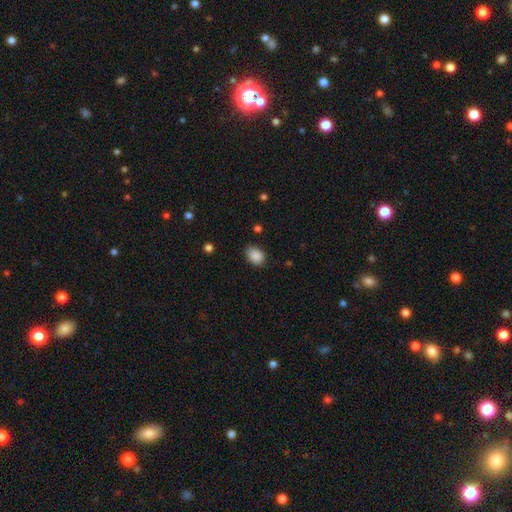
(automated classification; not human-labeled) The model was most divided on "how rounded": in between: 62%, round: 37%, cigar-shaped: 1%. More confident: smooth or featured — smooth (88%); merging — none (76%).